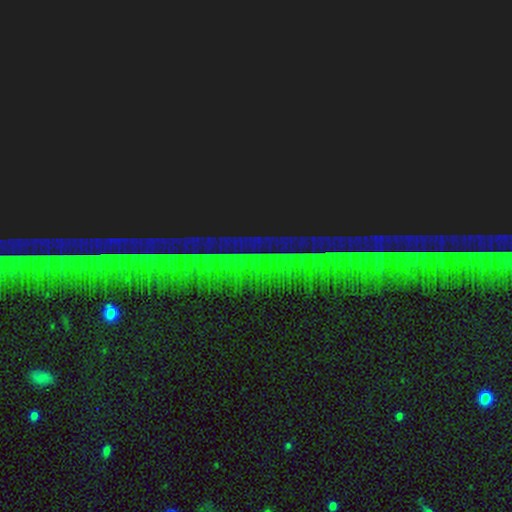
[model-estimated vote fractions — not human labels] Smooth or featured: star or artifact — 88% (featured or disk — 7%)